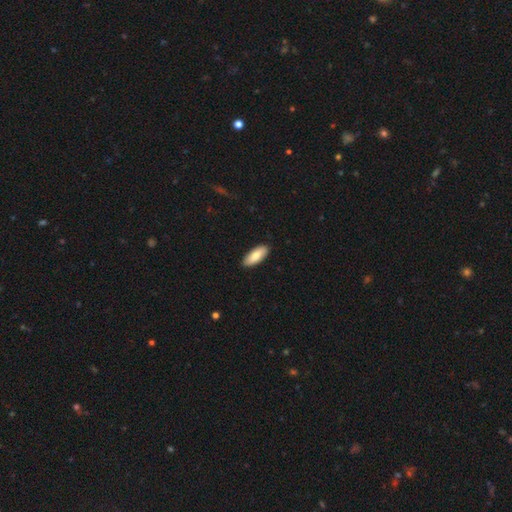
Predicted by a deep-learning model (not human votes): Smooth or featured: smooth — 81% (featured or disk — 14%)
How rounded: in between — 80% (cigar-shaped — 18%)
Merging: none — 90% (minor disturbance — 8%)